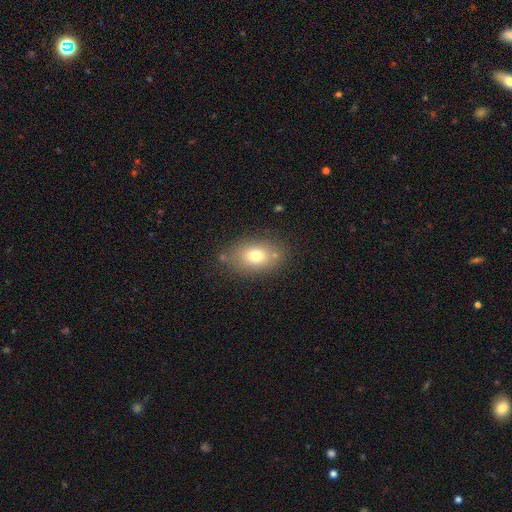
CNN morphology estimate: smooth 75%, featured or disk 15%, star or artifact 10%. Down the decision tree: how rounded — in between (82%); merging — none (76%).